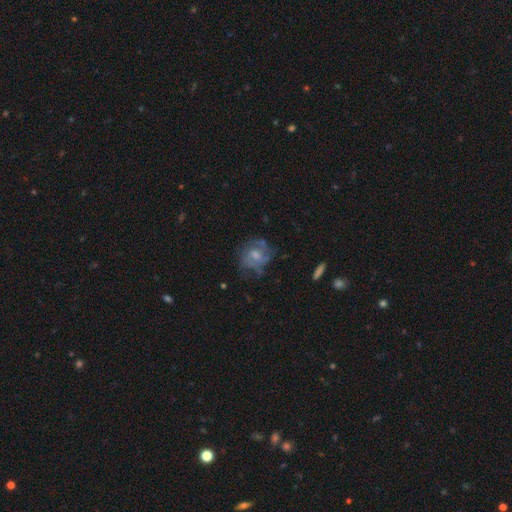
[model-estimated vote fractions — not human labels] Smooth or featured?
  - featured or disk: 60% *
  - smooth: 32%
  - star or artifact: 8%
Edge-on disk?
  - no: 97% *
  - yes: 3%
Bar?
  - no: 68% *
  - weak: 28%
  - strong: 4%
Spiral arms?
  - yes: 65% *
  - no: 35%
Bulge size?
  - moderate: 49% *
  - small: 29%
  - none: 12%
  - large: 8%
  - dominant: 1%
Merging?
  - none: 53% *
  - minor disturbance: 25%
  - major disturbance: 19%
  - merger: 3%